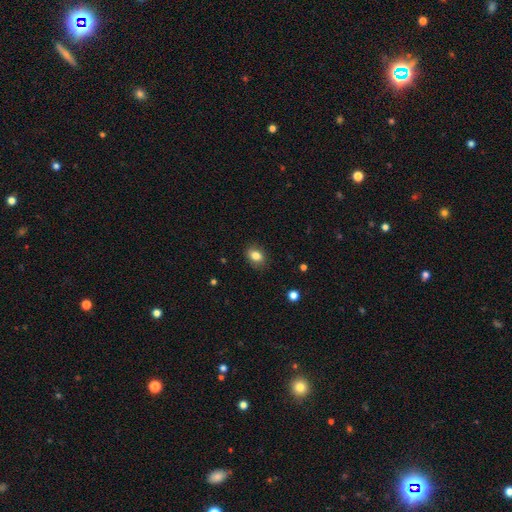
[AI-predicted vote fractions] smooth_or_featured: smooth (p=0.83) [alt: star or artifact p=0.09]
how_rounded: in between (p=0.68) [alt: round p=0.31]
merging: none (p=0.84) [alt: minor disturbance p=0.12]